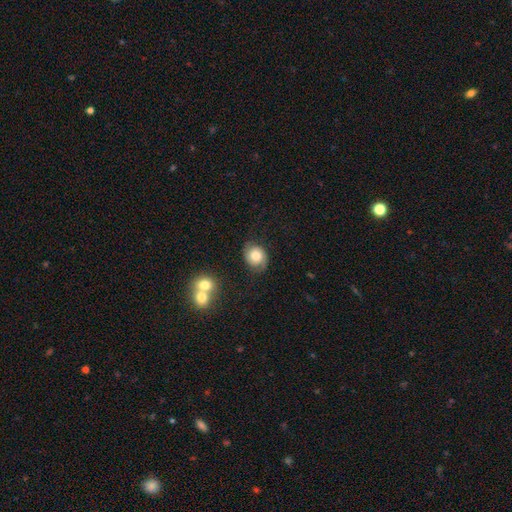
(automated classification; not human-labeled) A smooth galaxy with no disk features (60%) that is round (54%). Merging: none (74%).